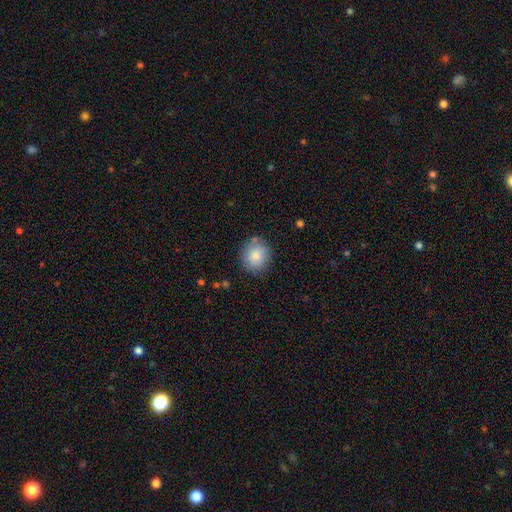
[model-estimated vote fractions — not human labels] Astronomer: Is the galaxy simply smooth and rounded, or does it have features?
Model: smooth — 82%.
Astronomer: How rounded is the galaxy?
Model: round — 79%.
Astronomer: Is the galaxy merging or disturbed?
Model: none — 81%.